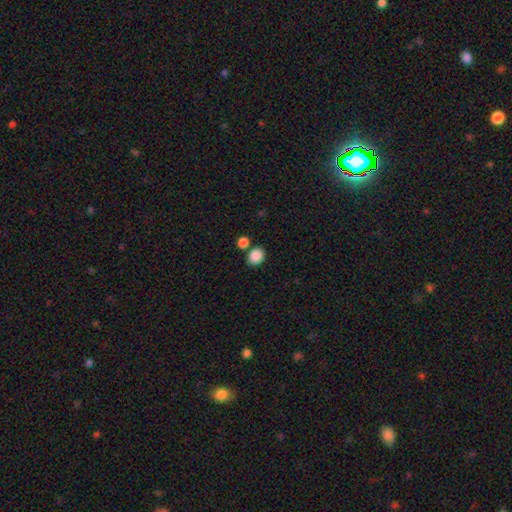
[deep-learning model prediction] smooth-or-featured: smooth: 88% | star or artifact: 9% | featured or disk: 4%
  how-rounded: round: 53% | in between: 46% | cigar-shaped: 1%
  merging: none: 72% | merger: 16% | minor disturbance: 10% | major disturbance: 3%